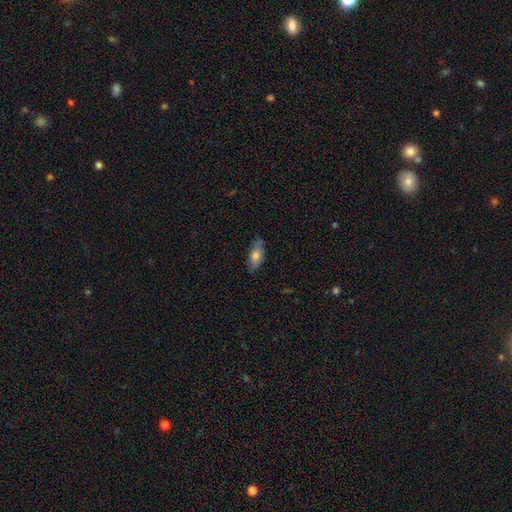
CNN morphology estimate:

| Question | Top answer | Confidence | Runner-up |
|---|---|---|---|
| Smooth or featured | smooth | 70% | featured or disk (23%) |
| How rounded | in between | 80% | cigar-shaped (16%) |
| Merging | none | 77% | minor disturbance (18%) |